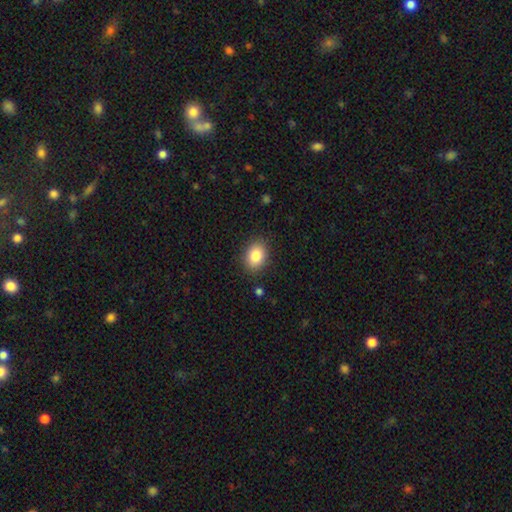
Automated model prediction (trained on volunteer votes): Smooth or featured? Predicted: smooth (p=0.84). How rounded? Predicted: in between (p=0.65). Merging? Predicted: none (p=0.87).